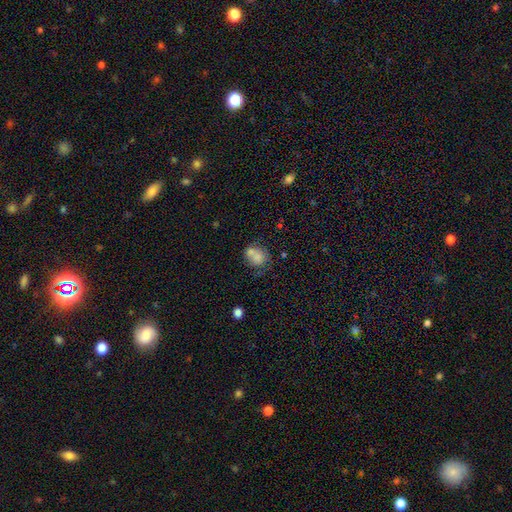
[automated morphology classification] smooth 72%, featured or disk 17%, star or artifact 10%. Down the decision tree: how rounded — round (59%); merging — none (39%).